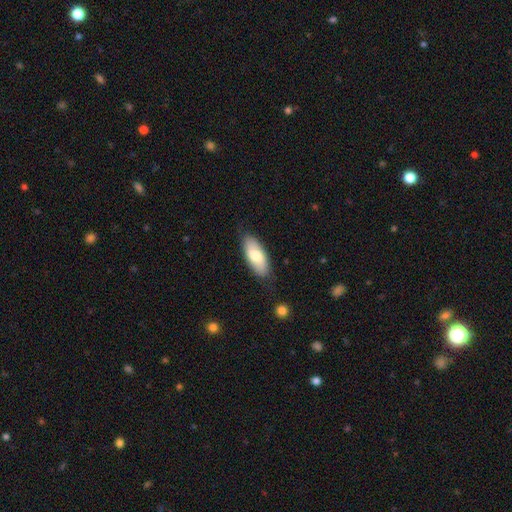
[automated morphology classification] Overall: smooth (72%). How rounded: in between (84%). Merging: none (80%).